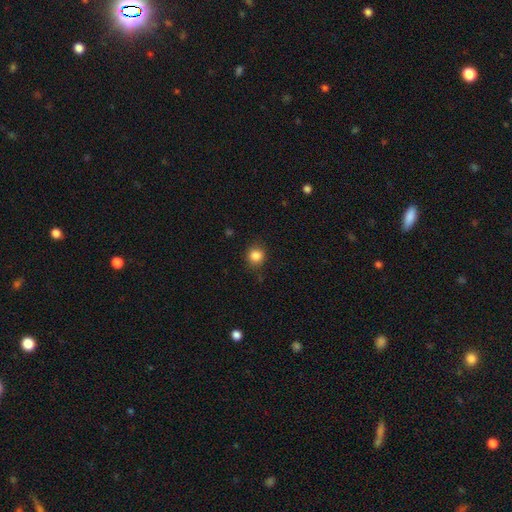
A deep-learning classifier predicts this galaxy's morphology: smooth_or_featured: smooth (p=0.85) [alt: star or artifact p=0.11]
how_rounded: round (p=0.87) [alt: in between p=0.12]
merging: none (p=0.85) [alt: minor disturbance p=0.11]